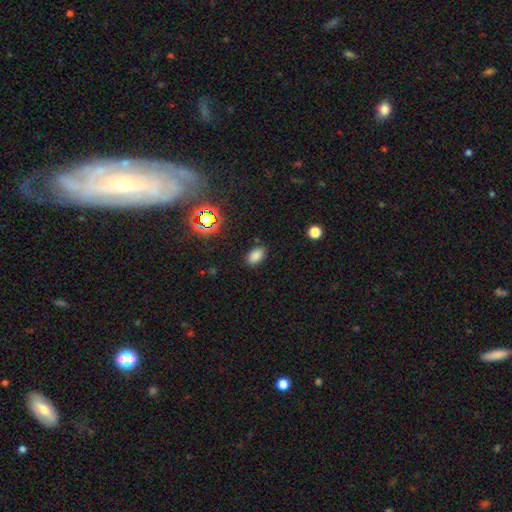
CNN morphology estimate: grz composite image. It shows a smooth galaxy with no disk features (80%) that is in between round and cigar-shaped (90%). Merging: none (85%).